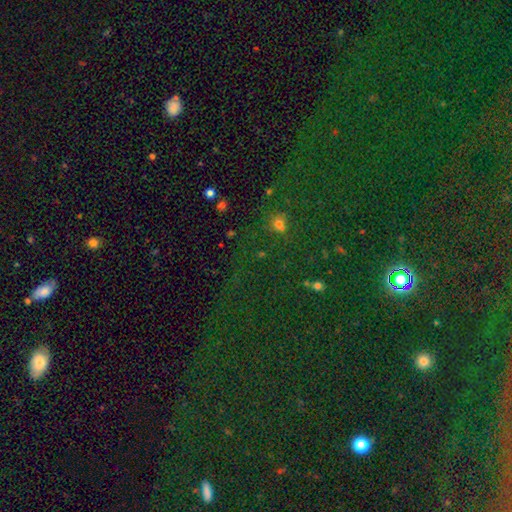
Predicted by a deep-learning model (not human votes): A star or artifact, not a galaxy (75%).